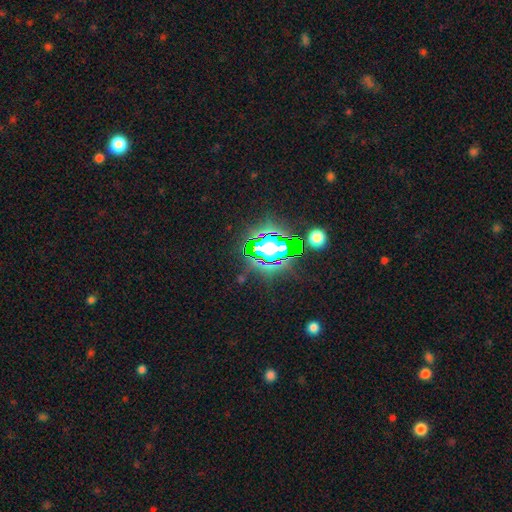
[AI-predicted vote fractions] Smooth or featured? Predicted: star or artifact (p=0.74).